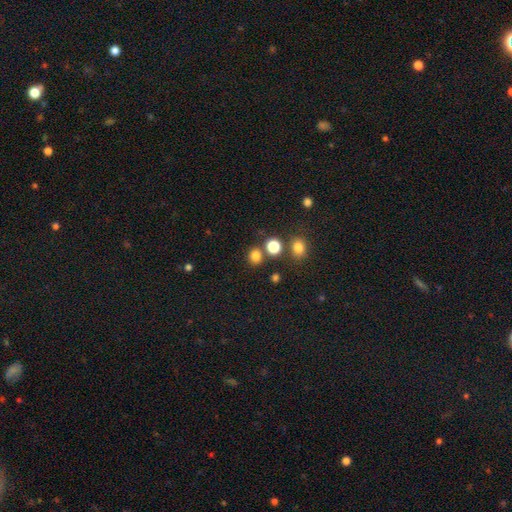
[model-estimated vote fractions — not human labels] Smooth or featured: smooth — 79% (star or artifact — 16%)
How rounded: round — 79% (in between — 20%)
Merging: none — 77% (merger — 11%)